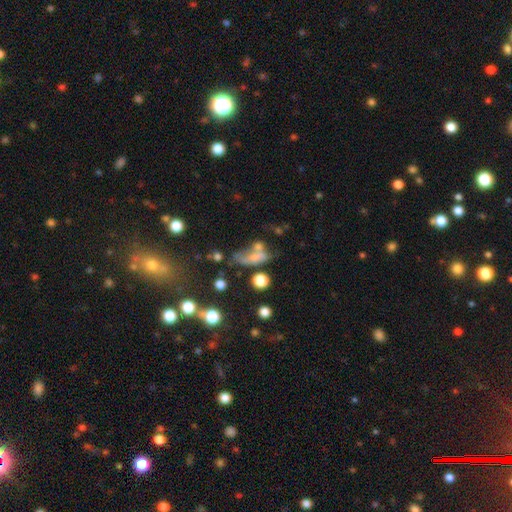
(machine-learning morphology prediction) Smooth or featured: smooth — 55% (featured or disk — 27%)
How rounded: in between — 66% (cigar-shaped — 19%)
Merging: merger — 32% (major disturbance — 27%)